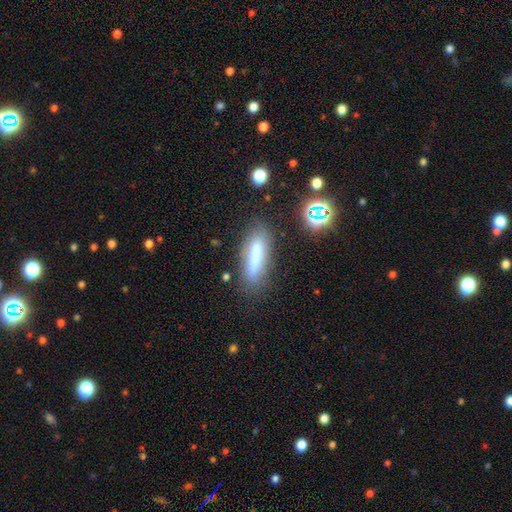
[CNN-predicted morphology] This appears to be a smooth galaxy with no disk features (64%) that is cigar-shaped (70%). Merging: none (74%).